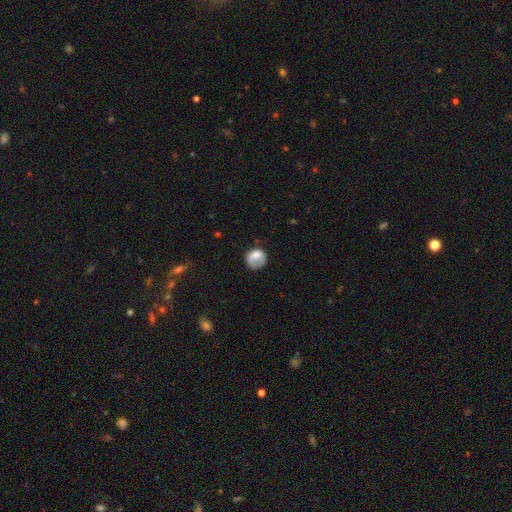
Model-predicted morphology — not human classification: Smooth or featured? smooth (73%)
How rounded? round (75%)
Merging? none (50%)